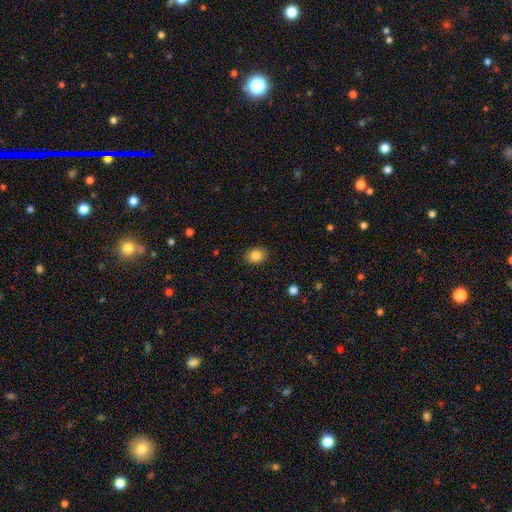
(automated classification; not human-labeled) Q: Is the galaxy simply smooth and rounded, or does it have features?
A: smooth — 85%.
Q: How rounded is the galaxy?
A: in between — 57%.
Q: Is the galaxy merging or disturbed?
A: none — 87%.